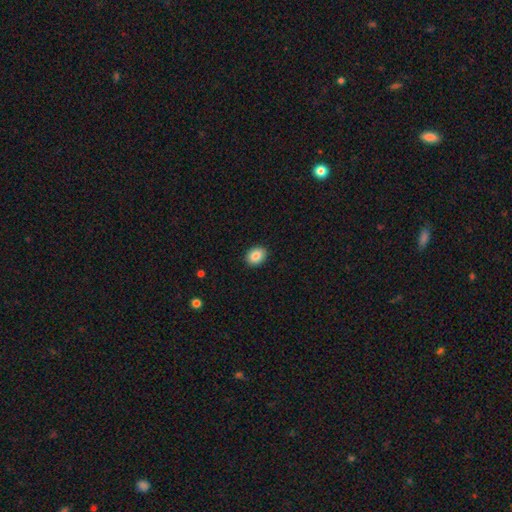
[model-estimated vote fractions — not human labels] Morphology: type=smooth (86%); roundness=in between (60%); merging=none (91%).